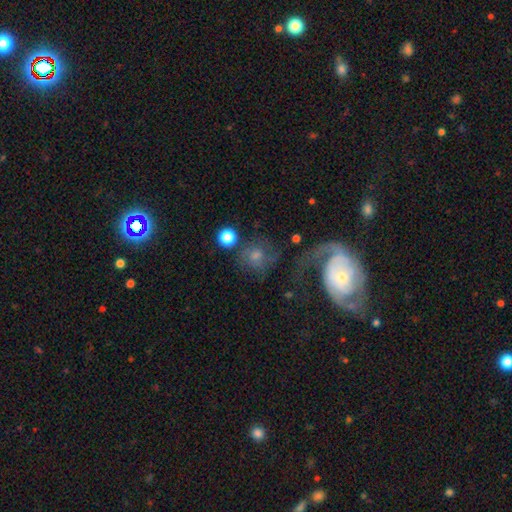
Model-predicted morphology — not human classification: Overall: featured or disk (53%; smooth 34%). Edge-on disk: no (96%). Bar: no (66%; weak 26%). Spiral arms: yes (84%). Bulge size: small (56%; moderate 35%). Merging: none (53%; major disturbance 20%).